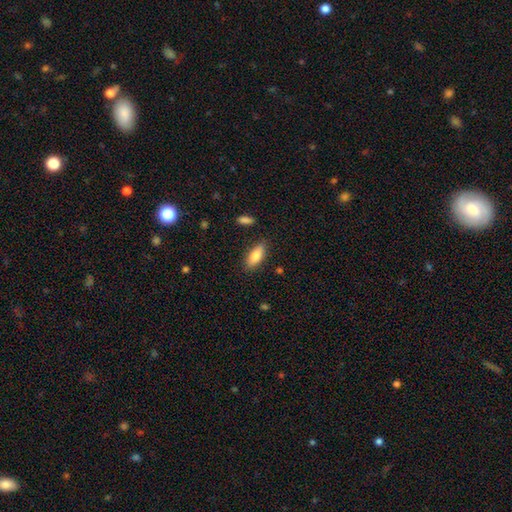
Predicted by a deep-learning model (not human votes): smooth_or_featured: smooth (p=0.81) [alt: featured or disk p=0.12]
how_rounded: in between (p=0.75) [alt: cigar-shaped p=0.23]
merging: none (p=0.84) [alt: minor disturbance p=0.11]